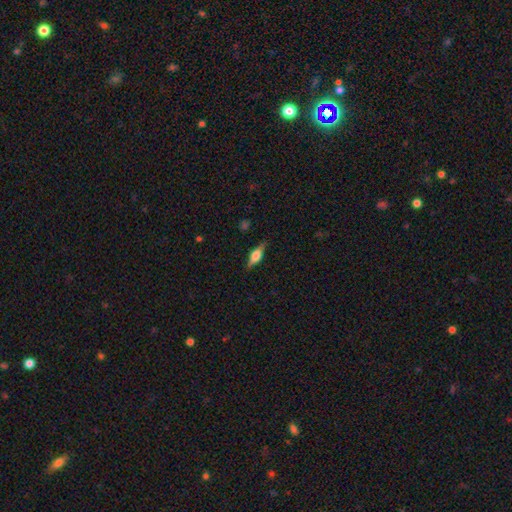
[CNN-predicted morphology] Smooth or featured: featured or disk — 55% (smooth — 38%)
Edge-on disk: yes — 95% (no — 5%)
Edge-on bulge: rounded — 87% (boxy — 11%)
Merging: none — 84% (minor disturbance — 12%)